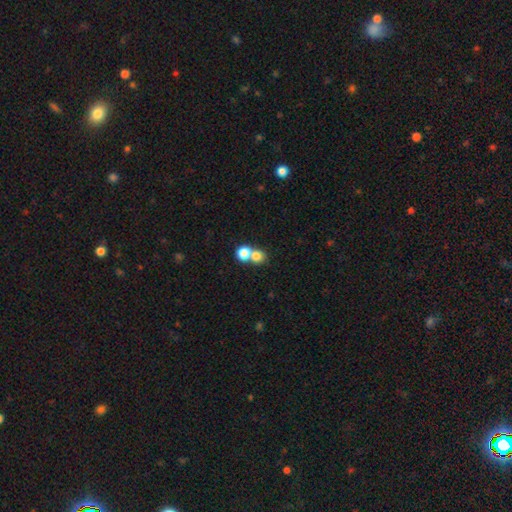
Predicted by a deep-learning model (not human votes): Smooth or featured?
  - smooth: 77% *
  - star or artifact: 11%
  - featured or disk: 11%
How rounded?
  - round: 81% *
  - in between: 18%
  - cigar-shaped: 1%
Merging?
  - merger: 57% *
  - none: 35%
  - minor disturbance: 5%
  - major disturbance: 3%